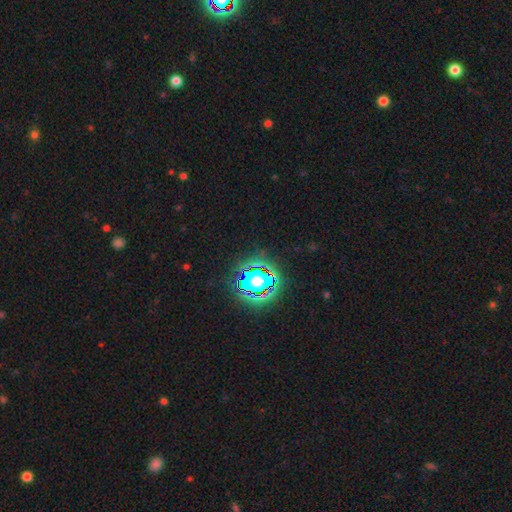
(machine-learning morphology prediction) A star or artifact, not a galaxy (84%).

Vote fractions:
- Smooth or featured? star or artifact: 84% / smooth: 10% / featured or disk: 6%